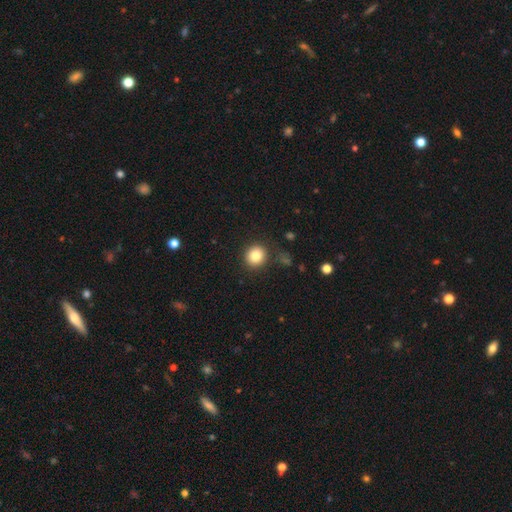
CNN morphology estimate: A smooth galaxy with no disk features (84%) that is round (86%). Merging: none (85%).